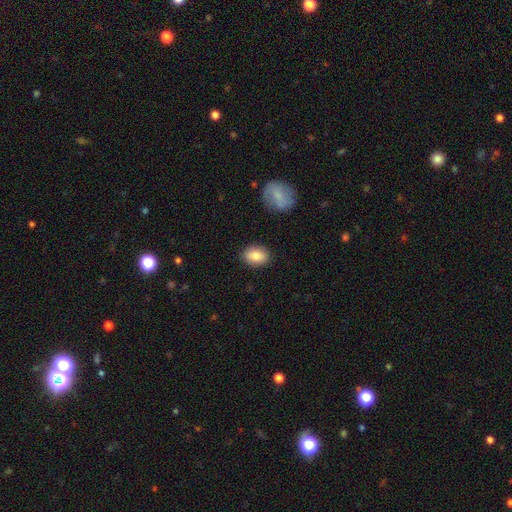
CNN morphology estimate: Smooth or featured: smooth — 85% (featured or disk — 8%)
How rounded: in between — 75% (round — 24%)
Merging: none — 87% (minor disturbance — 9%)